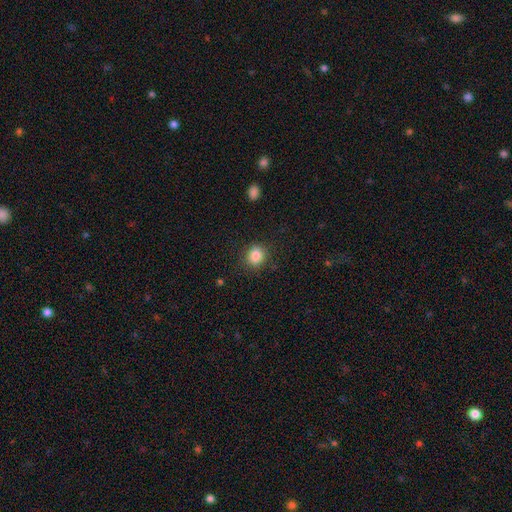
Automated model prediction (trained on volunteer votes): smooth_or_featured: smooth (p=0.85) [alt: star or artifact p=0.10]
how_rounded: round (p=0.79) [alt: in between p=0.20]
merging: none (p=0.86) [alt: minor disturbance p=0.09]